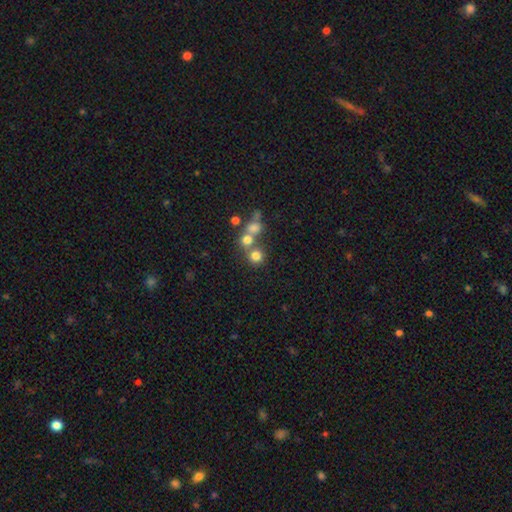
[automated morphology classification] This is likely a smooth galaxy (73%). How rounded: clearly round (89%). Merging: possibly none (55%).